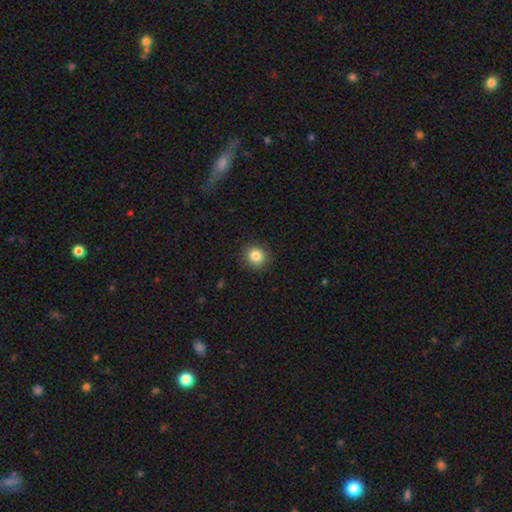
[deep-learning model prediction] Smooth or featured? Predicted: smooth (p=0.85). How rounded? Predicted: round (p=0.88). Merging? Predicted: none (p=0.90).